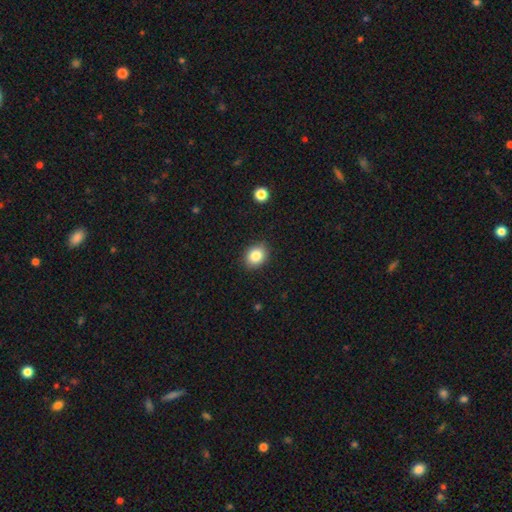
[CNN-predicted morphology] Smooth or featured? Predicted: smooth (p=0.84). How rounded? Predicted: in between (p=0.52). Merging? Predicted: none (p=0.87).